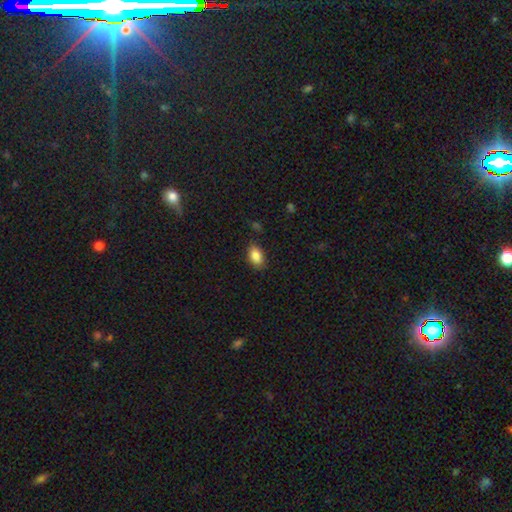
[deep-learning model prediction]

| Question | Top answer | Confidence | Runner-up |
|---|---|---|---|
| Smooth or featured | smooth | 86% | star or artifact (8%) |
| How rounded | in between | 90% | round (8%) |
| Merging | none | 83% | minor disturbance (12%) |